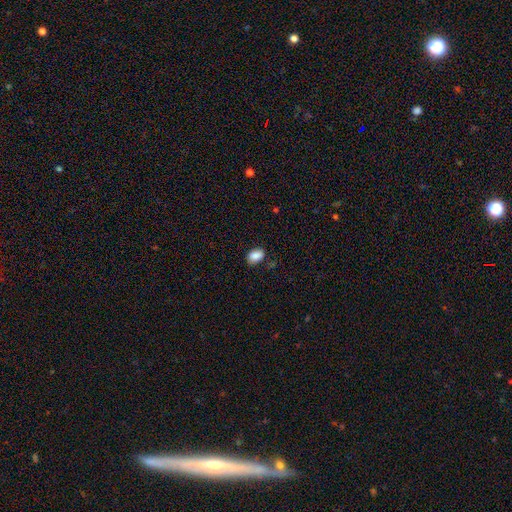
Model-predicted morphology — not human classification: smooth-or-featured: smooth: 87% | star or artifact: 8% | featured or disk: 5%
  how-rounded: in between: 87% | round: 11% | cigar-shaped: 1%
  merging: none: 79% | minor disturbance: 16% | major disturbance: 3% | merger: 2%